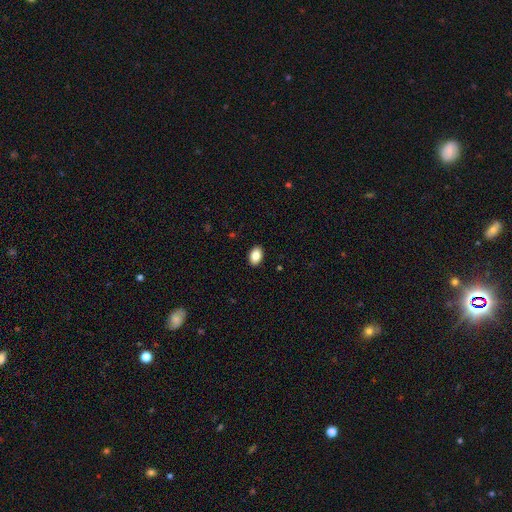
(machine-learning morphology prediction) Q: Smooth or featured?
A: smooth (87%); runner-up: star or artifact (8%)
Q: How rounded?
A: in between (87%); runner-up: round (12%)
Q: Merging?
A: none (91%); runner-up: minor disturbance (7%)